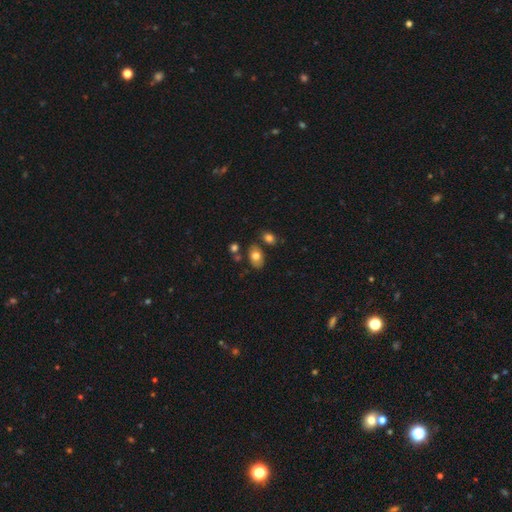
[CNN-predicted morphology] Smooth or featured? Predicted: smooth (p=0.75). How rounded? Predicted: in between (p=0.86). Merging? Predicted: none (p=0.73).